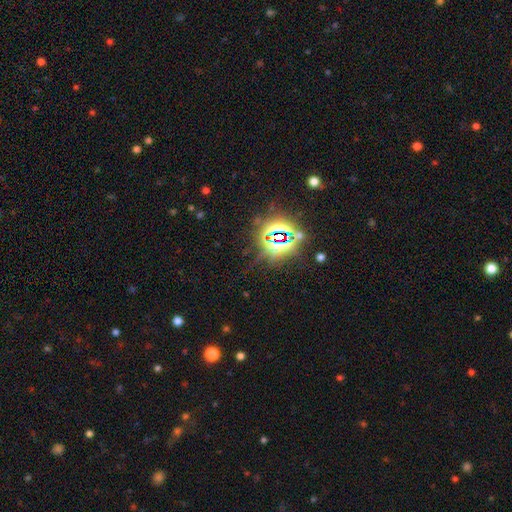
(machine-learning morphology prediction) A star or artifact, not a galaxy (84%).

Vote fractions:
- Smooth or featured? star or artifact: 84% / smooth: 9% / featured or disk: 7%